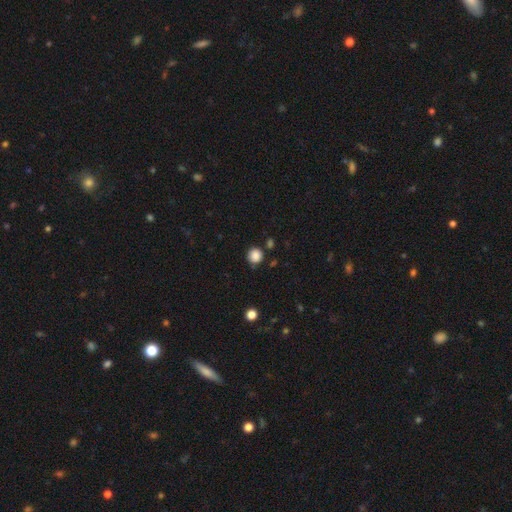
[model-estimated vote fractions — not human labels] A smooth galaxy with no disk features (86%) that is round (92%). Merging: none (84%).